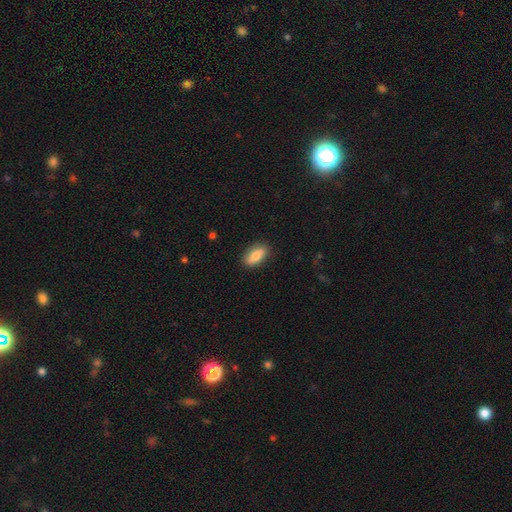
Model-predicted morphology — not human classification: A smooth galaxy with no disk features (81%) that is in between round and cigar-shaped (87%). Merging: none (86%).